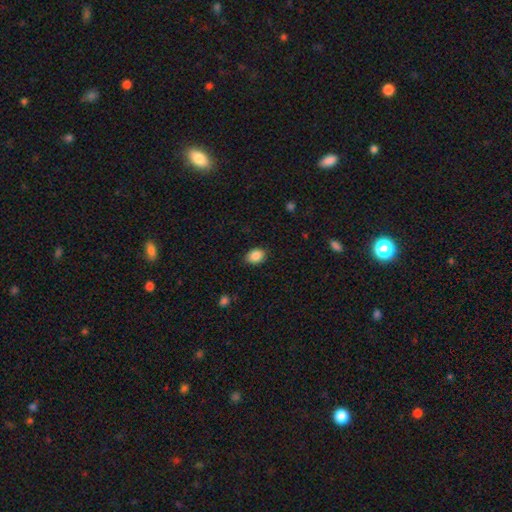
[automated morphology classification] Smooth or featured? Predicted: smooth (p=0.88). How rounded? Predicted: in between (p=0.71). Merging? Predicted: none (p=0.84).